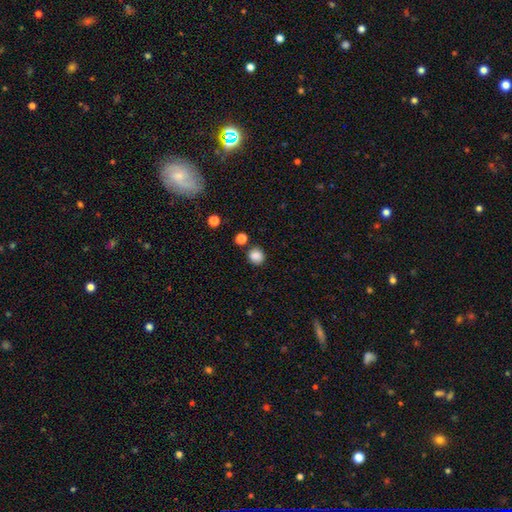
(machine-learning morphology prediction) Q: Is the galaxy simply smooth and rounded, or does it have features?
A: smooth — 86%.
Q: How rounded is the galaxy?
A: round — 84%.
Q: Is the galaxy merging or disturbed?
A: none — 83%.